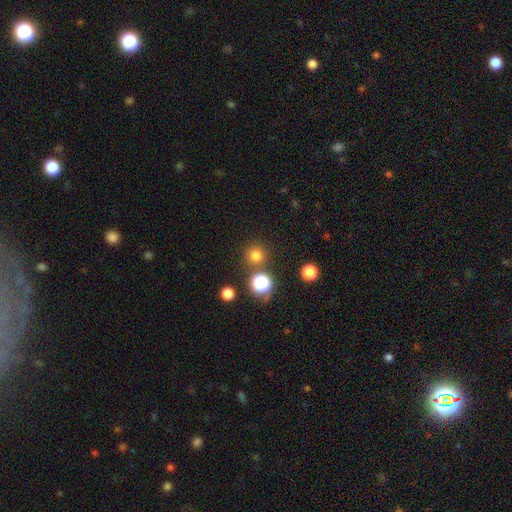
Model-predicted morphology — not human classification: Overall: smooth (75%). How rounded: round (95%). Merging: none (84%).